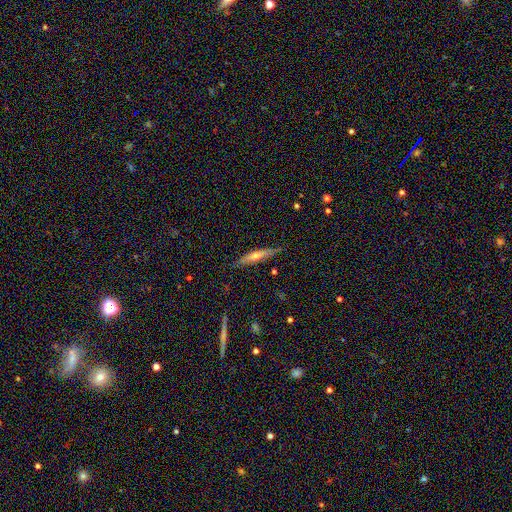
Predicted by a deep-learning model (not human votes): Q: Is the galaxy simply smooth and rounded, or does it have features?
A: featured or disk — 51%.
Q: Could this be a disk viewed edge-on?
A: yes — 88%.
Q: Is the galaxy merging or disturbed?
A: none — 83%.